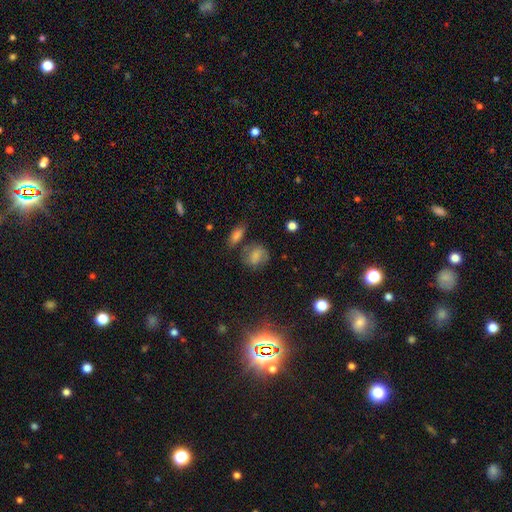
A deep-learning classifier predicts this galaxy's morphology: Smooth or featured? smooth (60%)
How rounded? round (54%)
Merging? none (58%)